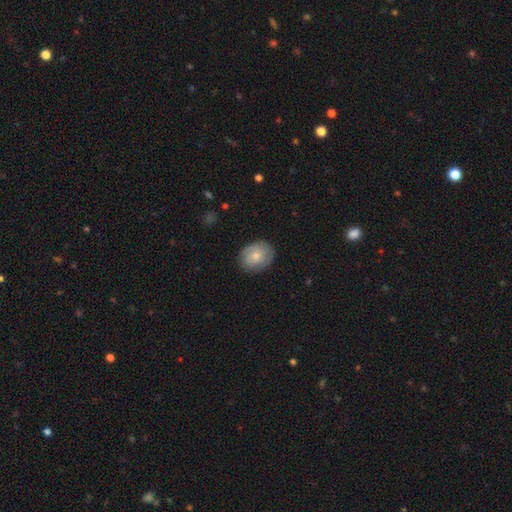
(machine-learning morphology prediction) smooth-or-featured: smooth: 72% | featured or disk: 21% | star or artifact: 7%
  how-rounded: in between: 55% | round: 44% | cigar-shaped: 1%
  merging: none: 80% | minor disturbance: 16% | major disturbance: 3% | merger: 1%